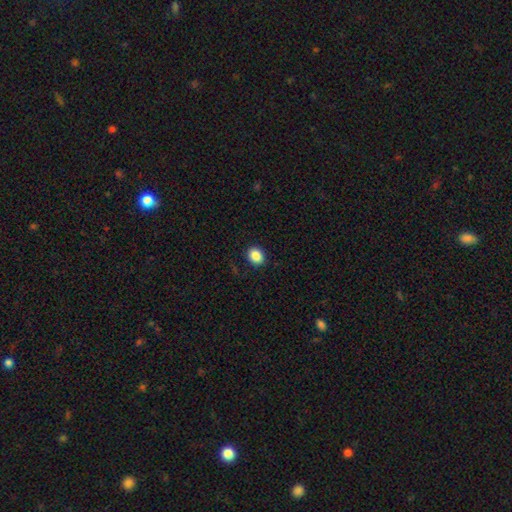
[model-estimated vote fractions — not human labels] A smooth galaxy with no disk features (87%) that is round (57%). Merging: none (90%).